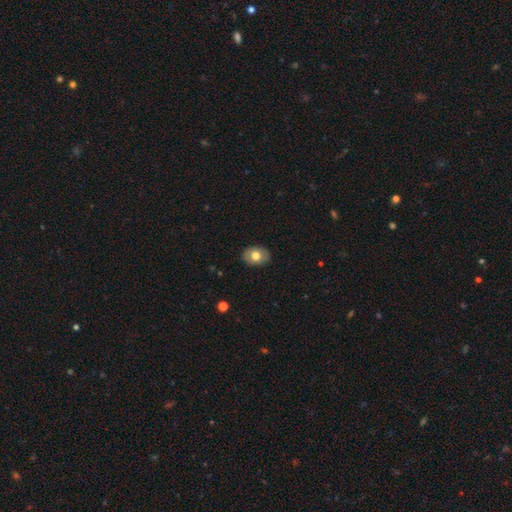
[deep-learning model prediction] Smooth or featured?
  - smooth: 70% *
  - featured or disk: 22%
  - star or artifact: 7%
How rounded?
  - in between: 71% *
  - round: 28%
  - cigar-shaped: 1%
Merging?
  - none: 87% *
  - minor disturbance: 10%
  - major disturbance: 2%
  - merger: 1%